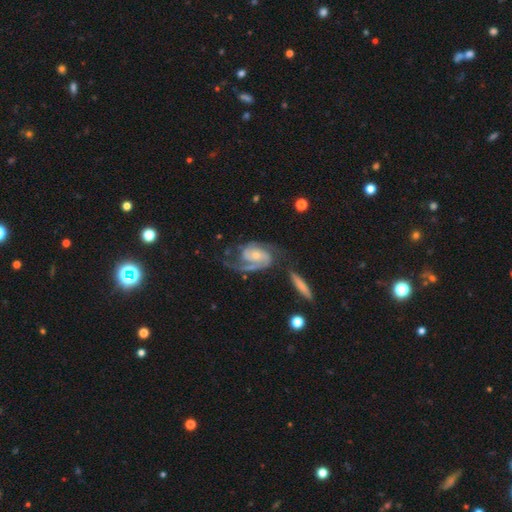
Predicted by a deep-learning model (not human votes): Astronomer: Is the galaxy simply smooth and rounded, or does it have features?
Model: featured or disk — 88%.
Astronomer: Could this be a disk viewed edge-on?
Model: no — 97%.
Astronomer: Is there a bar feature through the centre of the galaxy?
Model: no — 59%.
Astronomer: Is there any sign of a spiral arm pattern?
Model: yes — 97%.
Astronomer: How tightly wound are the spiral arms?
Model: medium — 49% (runner-up: tight, 33%).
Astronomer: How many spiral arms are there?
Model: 2 — 76%.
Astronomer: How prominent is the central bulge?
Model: small — 62%.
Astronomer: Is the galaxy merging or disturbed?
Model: none — 51%.